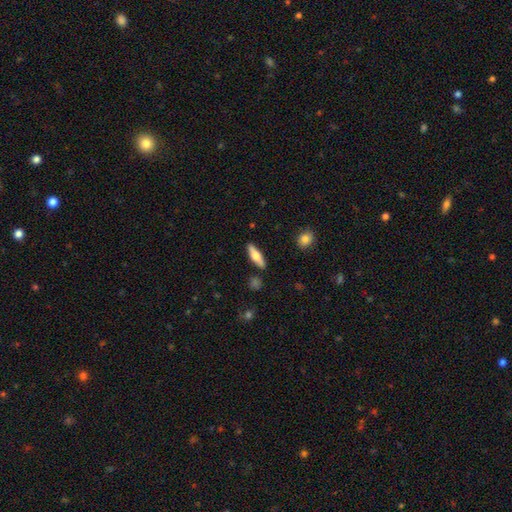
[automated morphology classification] Smooth or featured?
  - smooth: 53% *
  - featured or disk: 42%
  - star or artifact: 6%
How rounded?
  - cigar-shaped: 59% *
  - in between: 38%
  - round: 3%
Merging?
  - none: 87% *
  - minor disturbance: 9%
  - merger: 2%
  - major disturbance: 2%